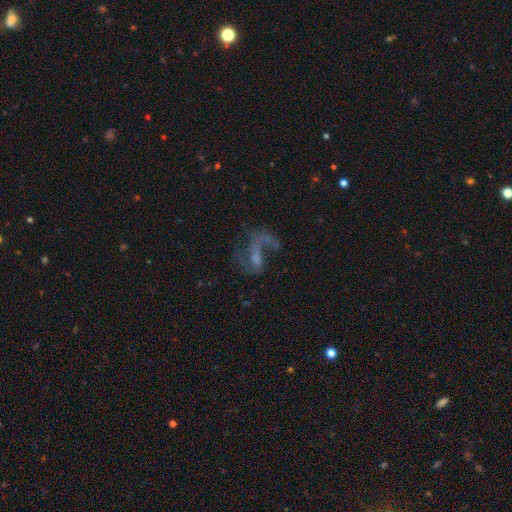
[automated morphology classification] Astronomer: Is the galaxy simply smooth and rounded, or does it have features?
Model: featured or disk — 75%.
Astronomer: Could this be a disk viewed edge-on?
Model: no — 97%.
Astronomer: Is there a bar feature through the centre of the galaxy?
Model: no — 42%, tied with weak at 42%.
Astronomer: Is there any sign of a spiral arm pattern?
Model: yes — 82%.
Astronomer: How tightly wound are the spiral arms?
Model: loose — 75%.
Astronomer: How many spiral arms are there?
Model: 2 — 56% (runner-up: 1, 34%).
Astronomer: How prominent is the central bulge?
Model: none — 36% (runner-up: small, 35%).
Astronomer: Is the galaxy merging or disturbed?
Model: none — 41% (runner-up: major disturbance, 37%).